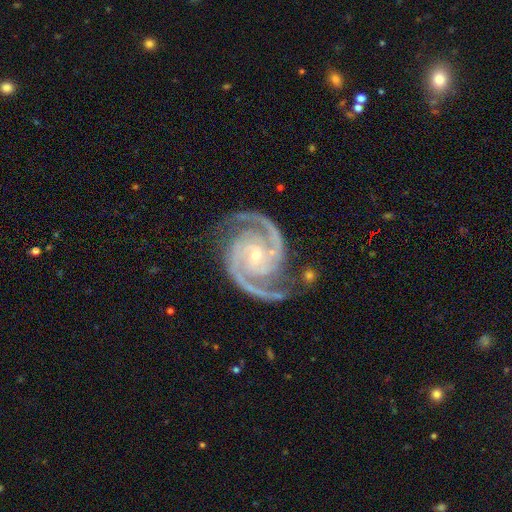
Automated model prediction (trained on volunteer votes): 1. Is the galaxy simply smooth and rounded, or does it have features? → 94% featured or disk, 4% star or artifact, 2% smooth.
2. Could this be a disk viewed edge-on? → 98% no, 2% yes.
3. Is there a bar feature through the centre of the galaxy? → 55% no, 29% weak, 16% strong.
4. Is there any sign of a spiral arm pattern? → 99% yes, 1% no.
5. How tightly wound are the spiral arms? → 48% medium, 47% tight, 5% loose.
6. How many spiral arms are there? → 87% 2, 7% 3, 2% can't tell, 2% 4, 2% 1, 2% more than 4.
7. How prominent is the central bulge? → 77% small, 19% moderate, 2% none, 1% large, 1% dominant.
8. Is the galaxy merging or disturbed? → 78% none, 15% minor disturbance, 5% major disturbance, 2% merger.